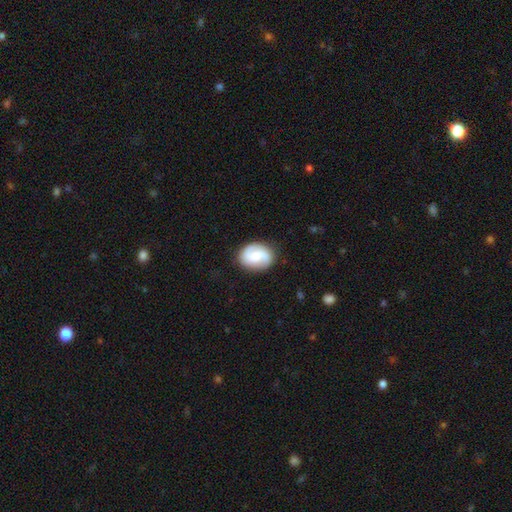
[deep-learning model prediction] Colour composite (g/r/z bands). It shows a featured or disk galaxy (68%) with no bar (56%), 2 (87%) medium (46%) spiral arms (94%) and a moderate central bulge (57%). Merging: none (83%).